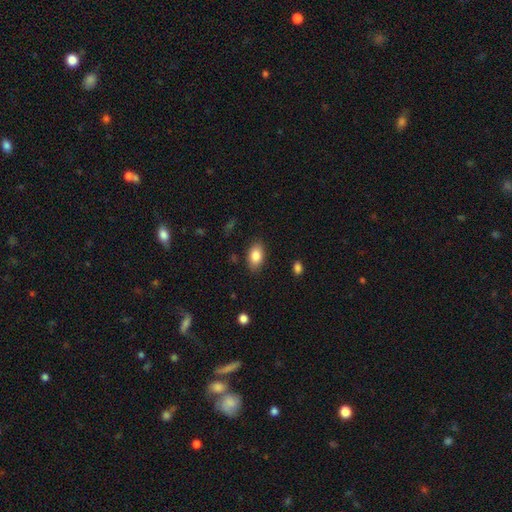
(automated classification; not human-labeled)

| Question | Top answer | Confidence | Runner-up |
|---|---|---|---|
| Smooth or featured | smooth | 85% | featured or disk (8%) |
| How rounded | in between | 91% | round (7%) |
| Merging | none | 86% | minor disturbance (10%) |